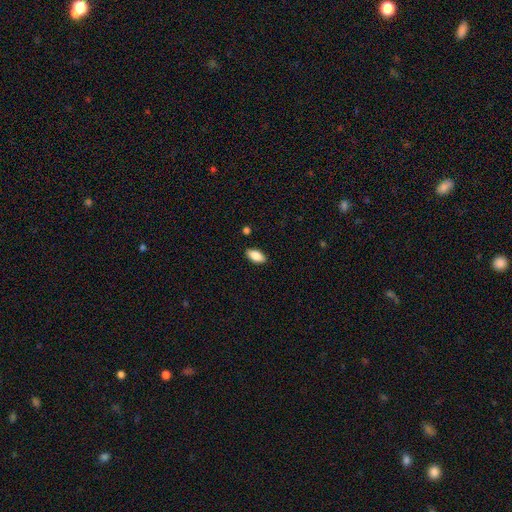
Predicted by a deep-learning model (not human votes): The model was most divided on "merging": none: 87%, minor disturbance: 9%, major disturbance: 2%, merger: 1%. More confident: how rounded — in between (91%); smooth or featured — smooth (86%).